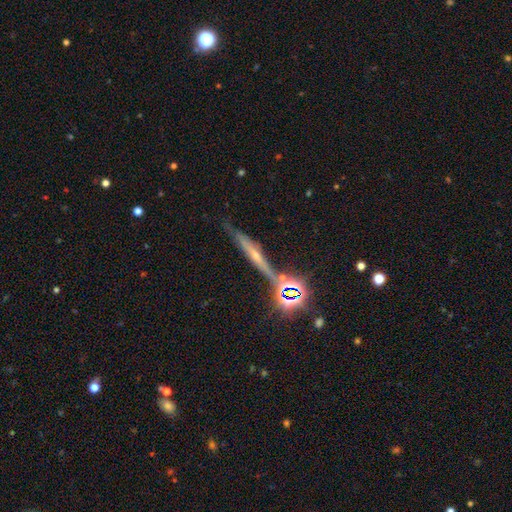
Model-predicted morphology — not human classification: Smooth or featured? Predicted: featured or disk (p=0.49). Merging? Predicted: none (p=0.75).